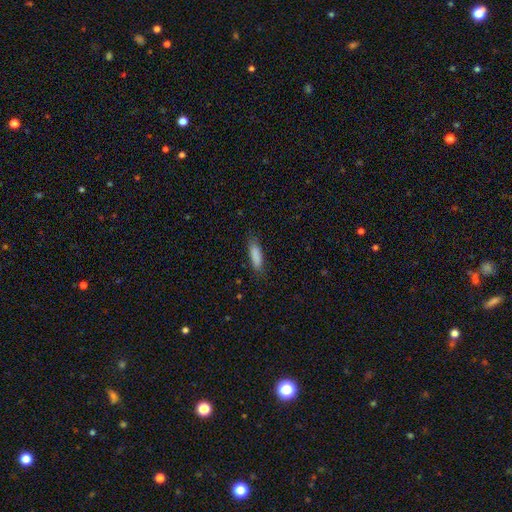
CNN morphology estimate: smooth_or_featured: smooth (p=0.87) [alt: featured or disk p=0.07]
how_rounded: cigar-shaped (p=0.55) [alt: in between p=0.44]
merging: none (p=0.81) [alt: minor disturbance p=0.14]